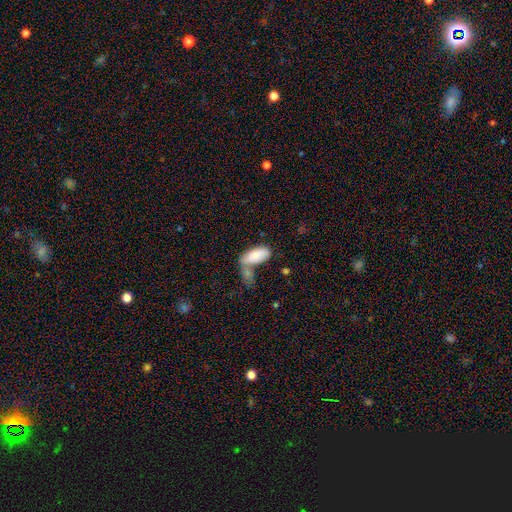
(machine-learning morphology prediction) This appears to be a smooth galaxy with no disk features (82%) that is in between round and cigar-shaped (88%). Merging: merger (47%).